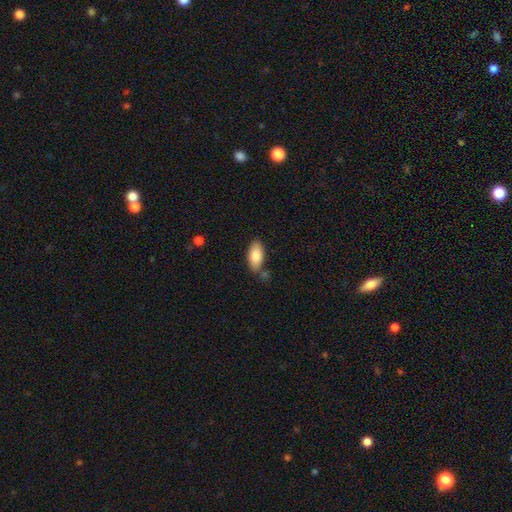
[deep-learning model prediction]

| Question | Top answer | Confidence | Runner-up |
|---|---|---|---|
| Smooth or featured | smooth | 83% | featured or disk (10%) |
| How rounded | in between | 89% | cigar-shaped (9%) |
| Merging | none | 71% | minor disturbance (17%) |